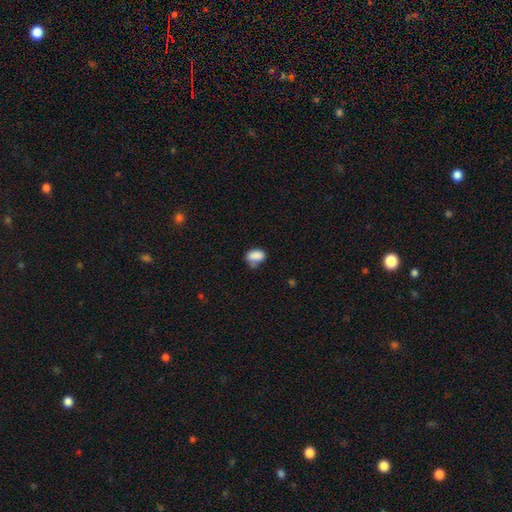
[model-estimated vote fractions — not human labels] smooth-or-featured: smooth: 85% | star or artifact: 9% | featured or disk: 6%
  how-rounded: in between: 82% | round: 16% | cigar-shaped: 2%
  merging: none: 49% | minor disturbance: 30% | merger: 11% | major disturbance: 10%